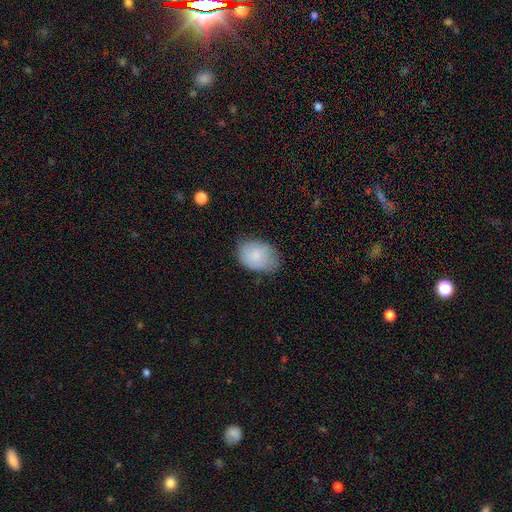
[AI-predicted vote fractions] This appears to be a smooth galaxy with no disk features (81%) that is in between round and cigar-shaped (77%). Merging: none (65%).